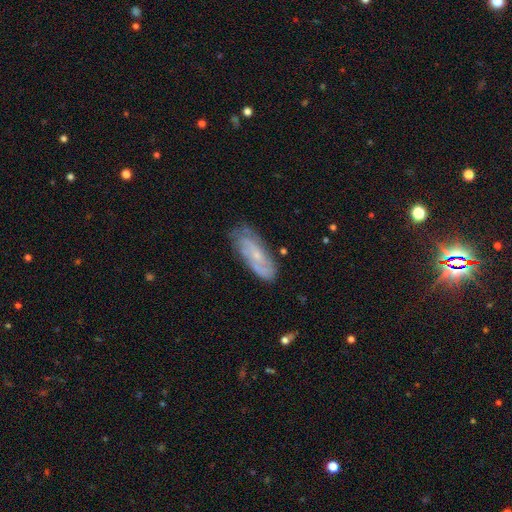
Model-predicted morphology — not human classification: A featured or disk galaxy (67%) with no bar (60%), 2 (49%) medium (40%, tied with tight) spiral arms (86%) and a small central bulge (73%).

Vote fractions:
- Smooth or featured? featured or disk: 67% / smooth: 25% / star or artifact: 7%
- Edge-on disk? no: 87% / yes: 13%
- Bar? no: 60% / weak: 33% / strong: 7%
- Spiral arms? yes: 86% / no: 14%
- Spiral winding? medium: 40% (tied) / tight: 40% (tied) / loose: 20%
- Spiral arm count? 2: 49% / can't tell: 34% / 3: 7% / 1: 4% / 4: 3% / more than 4: 3%
- Bulge size? small: 73% / moderate: 19% / none: 6% / large: 1% / dominant: 1%
- Merging? none: 74% / minor disturbance: 19% / major disturbance: 5% / merger: 2%